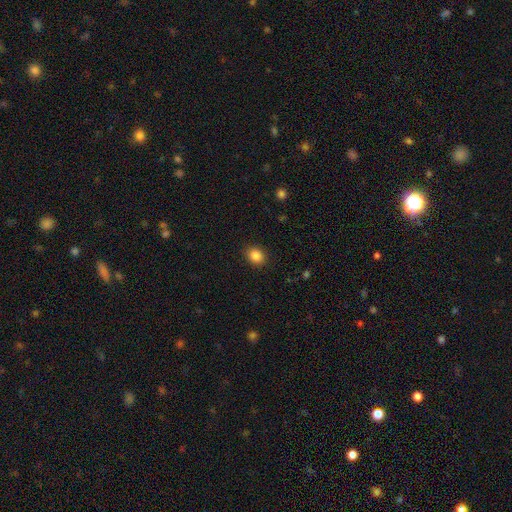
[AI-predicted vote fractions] A smooth galaxy with no disk features (86%) that is round (53%).

Vote fractions:
- Smooth or featured? smooth: 86% / star or artifact: 10% / featured or disk: 4%
- How rounded? round: 53% / in between: 46% / cigar-shaped: 1%
- Merging? none: 89% / minor disturbance: 8% / major disturbance: 2% / merger: 1%